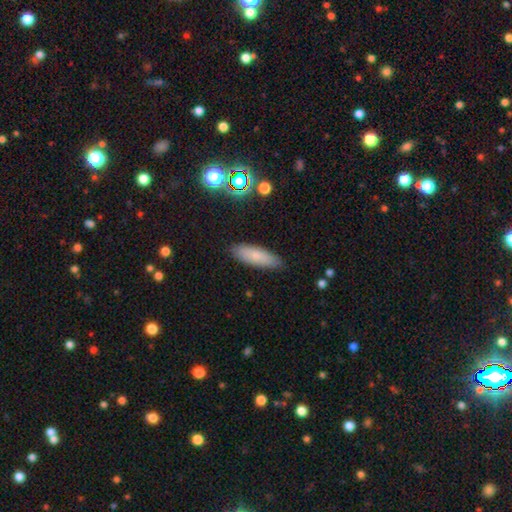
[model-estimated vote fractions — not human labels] A smooth galaxy with no disk features (76%) that is in between round and cigar-shaped (49%, tied with cigar-shaped).

Vote fractions:
- Smooth or featured? smooth: 76% / featured or disk: 15% / star or artifact: 9%
- How rounded? in between: 49% (tied) / cigar-shaped: 49% (tied) / round: 2%
- Merging? none: 87% / minor disturbance: 10% / major disturbance: 2% / merger: 1%